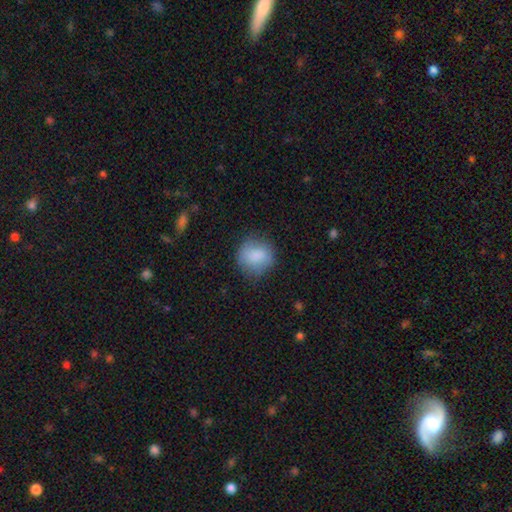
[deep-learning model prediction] smooth-or-featured: smooth: 82% | featured or disk: 11% | star or artifact: 7%
  how-rounded: round: 83% | in between: 16% | cigar-shaped: 1%
  merging: none: 71% | minor disturbance: 21% | major disturbance: 6% | merger: 2%